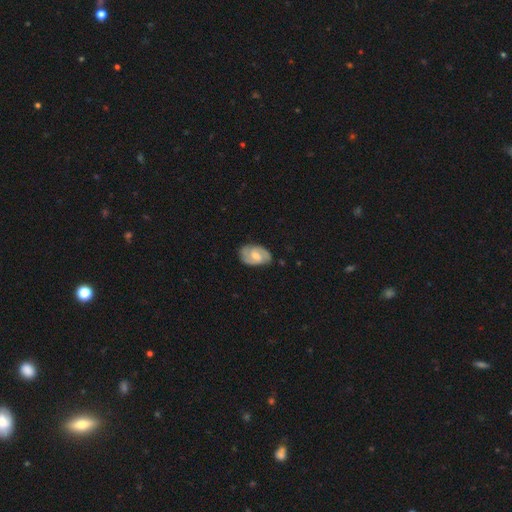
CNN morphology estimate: smooth-or-featured: featured or disk: 77% | smooth: 18% | star or artifact: 5%
  disk-edge-on: no: 97% | yes: 3%
    bar: weak: 56% | no: 30% | strong: 14%
    has-spiral-arms: yes: 94% | no: 6%
      spiral-winding: medium: 48% | tight: 37% | loose: 14%
      spiral-arm-count: 2: 84% | can't tell: 8% | 3: 4% | 1: 2% | 4: 1% | more than 4: 1%
    bulge-size: moderate: 56% | small: 35% | none: 4% | large: 4% | dominant: 1%
  merging: none: 77% | minor disturbance: 18% | major disturbance: 4% | merger: 1%